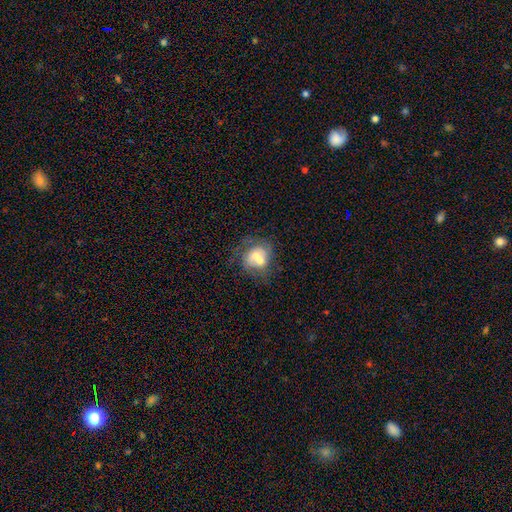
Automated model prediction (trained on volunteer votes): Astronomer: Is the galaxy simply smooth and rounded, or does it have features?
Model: smooth — 50% (runner-up: featured or disk, 41%).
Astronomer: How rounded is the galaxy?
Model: round — 65%.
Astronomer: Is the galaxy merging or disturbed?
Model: merger — 54%.